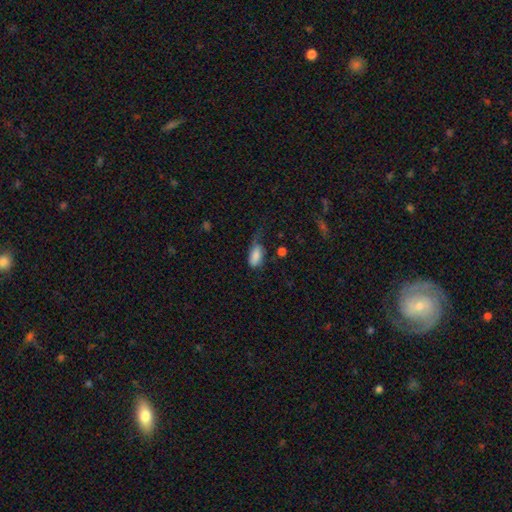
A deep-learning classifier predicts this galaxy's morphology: A smooth galaxy with no disk features (81%) that is in between round and cigar-shaped (91%). Merging: major disturbance (34%).